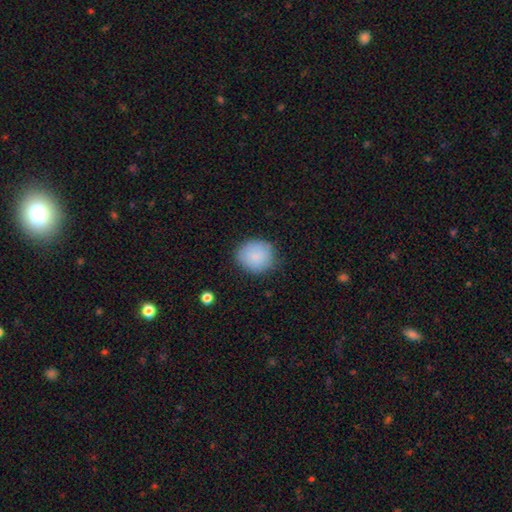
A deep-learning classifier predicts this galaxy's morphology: type=smooth (87%); roundness=round (81%); merging=none (78%).